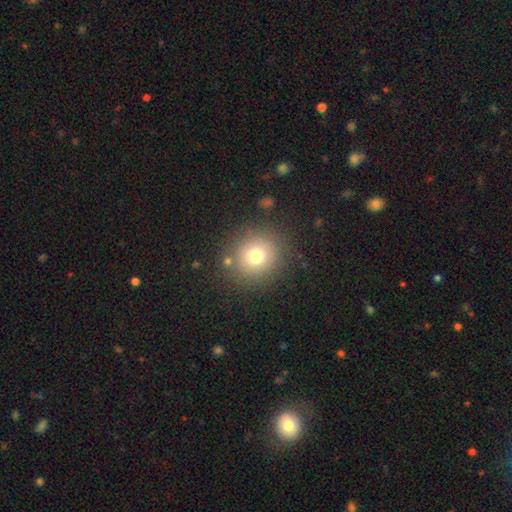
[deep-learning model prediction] This appears to be a smooth galaxy with no disk features (74%) that is round (88%). Merging: none (84%).